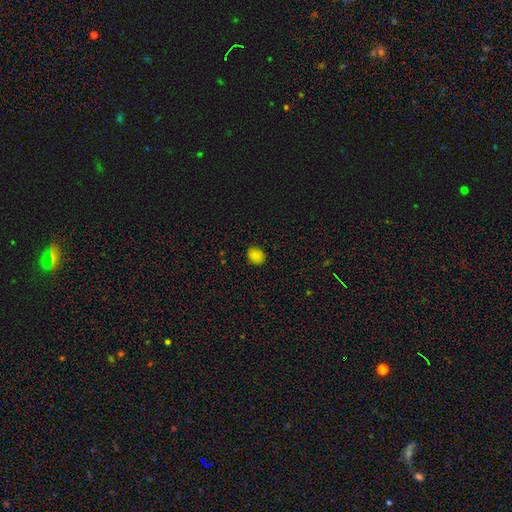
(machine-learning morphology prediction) This appears to be a smooth galaxy with no disk features (78%) that is round (59%). Merging: none (87%).